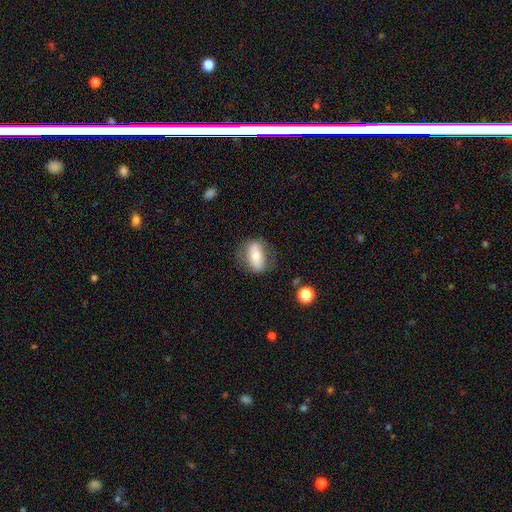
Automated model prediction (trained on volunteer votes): smooth_or_featured: smooth (p=0.56) [alt: featured or disk p=0.37]
how_rounded: in between (p=0.75) [alt: cigar-shaped p=0.14]
merging: none (p=0.66) [alt: minor disturbance p=0.21]